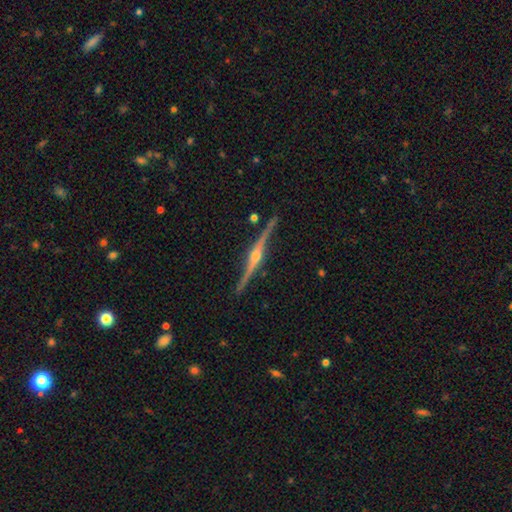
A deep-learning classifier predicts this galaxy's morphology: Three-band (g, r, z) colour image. It shows a featured or disk galaxy (89%) viewed edge-on (97%) with a rounded central bulge (94%). Merging: none (84%).